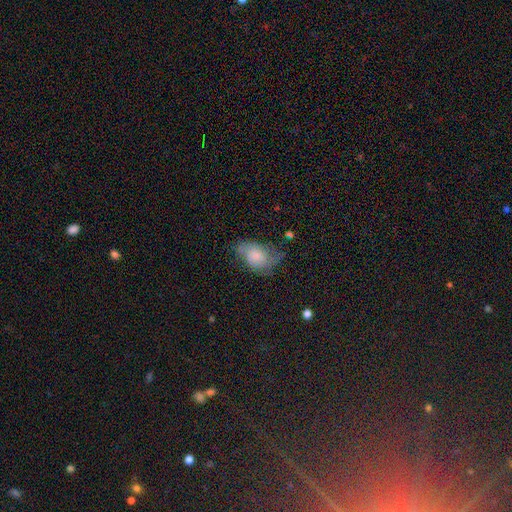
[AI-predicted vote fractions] This appears to be a featured or disk galaxy (46%). Merging: none (44%).